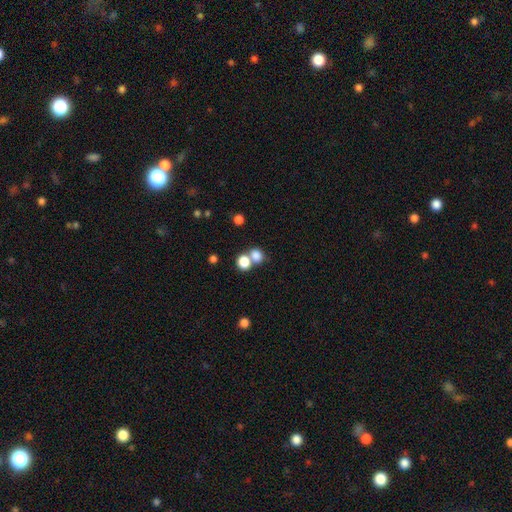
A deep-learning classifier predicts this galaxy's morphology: smooth 80%, star or artifact 13%, featured or disk 8%. Down the decision tree: how rounded — round (66%); merging — merger (46%).